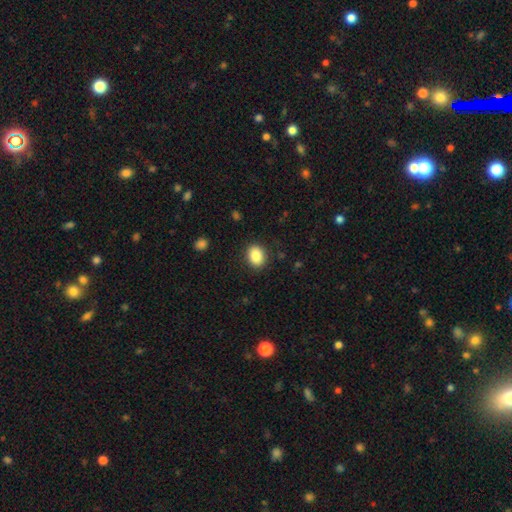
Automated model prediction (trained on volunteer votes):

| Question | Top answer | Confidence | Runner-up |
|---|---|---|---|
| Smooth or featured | smooth | 88% | star or artifact (8%) |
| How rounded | in between | 59% | round (40%) |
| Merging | none | 88% | minor disturbance (8%) |